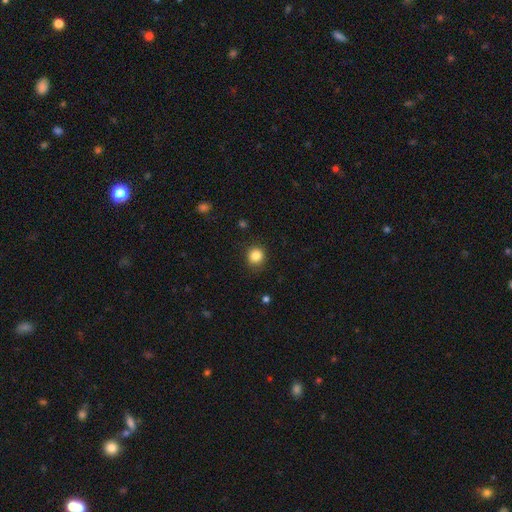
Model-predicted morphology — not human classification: Smooth or featured? Predicted: smooth (p=0.85). How rounded? Predicted: round (p=0.88). Merging? Predicted: none (p=0.86).